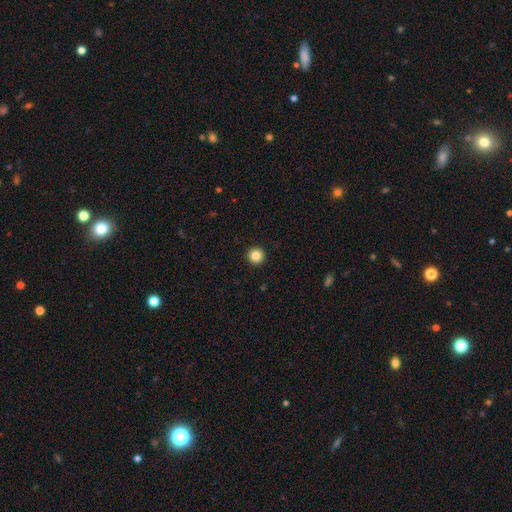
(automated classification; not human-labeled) smooth 85%, star or artifact 10%, featured or disk 4%. Down the decision tree: how rounded — round (97%); merging — none (94%).